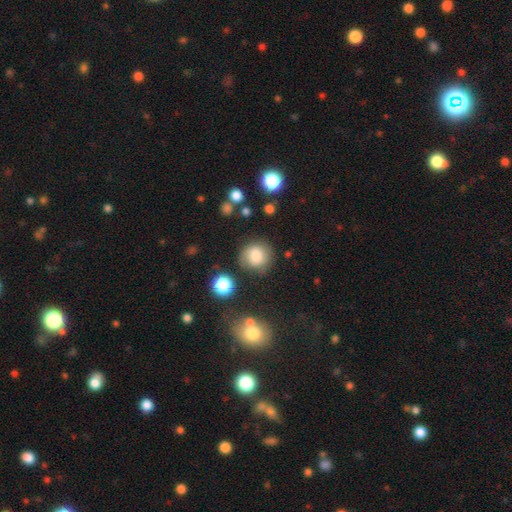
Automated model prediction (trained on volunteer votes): Smooth or featured: smooth — 79% (star or artifact — 11%)
How rounded: round — 87% (in between — 12%)
Merging: none — 74% (minor disturbance — 16%)